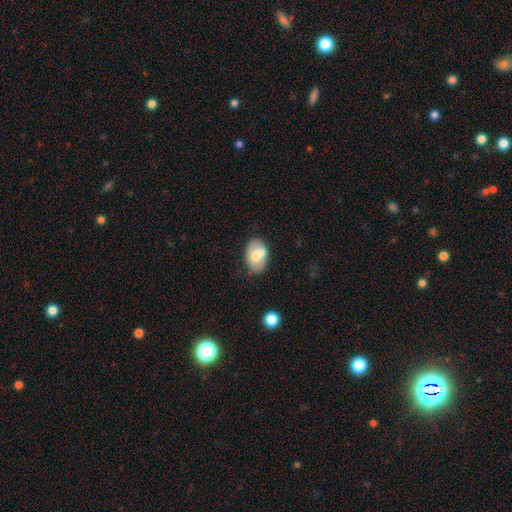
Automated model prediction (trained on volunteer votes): A smooth galaxy with no disk features (63%) that is in between round and cigar-shaped (84%). Merging: none (55%).